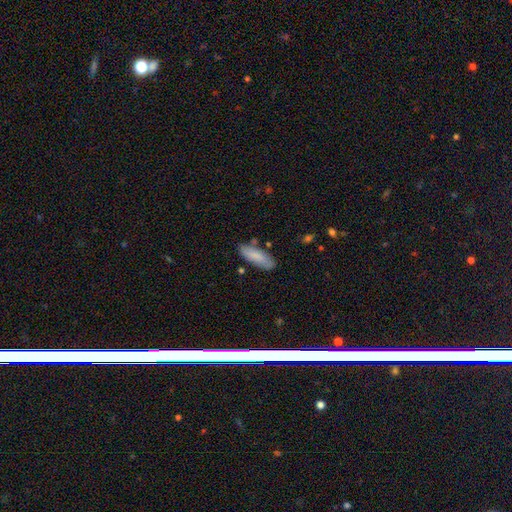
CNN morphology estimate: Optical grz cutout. It shows a smooth galaxy with no disk features (83%) that is in between round and cigar-shaped (57%). Merging: none (79%).